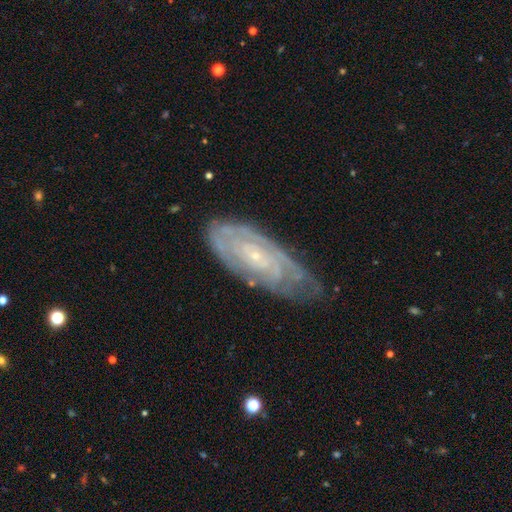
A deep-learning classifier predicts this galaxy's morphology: featured or disk 80%, smooth 14%, star or artifact 6%. Down the decision tree: edge-on disk — no (91%); bar — no (69%); spiral arms — yes (90%); spiral arm count — can't tell (54%); spiral winding — tight (76%); bulge size — small (83%); merging — none (63%).